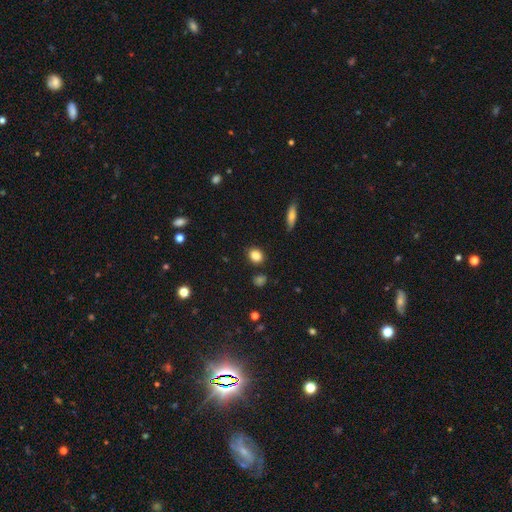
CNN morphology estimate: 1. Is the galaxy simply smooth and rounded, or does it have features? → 86% smooth, 10% star or artifact, 4% featured or disk.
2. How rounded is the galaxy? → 54% round, 44% in between, 2% cigar-shaped.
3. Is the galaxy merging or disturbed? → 85% none, 9% minor disturbance, 3% merger, 3% major disturbance.